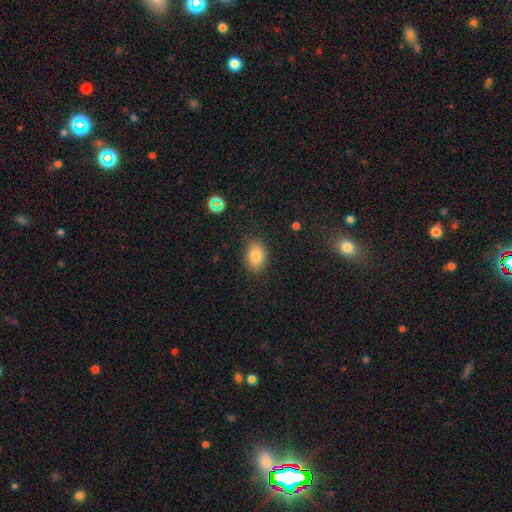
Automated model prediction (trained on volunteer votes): This is clearly a smooth galaxy (82%). How rounded: likely in between (76%). Merging: clearly none (84%).